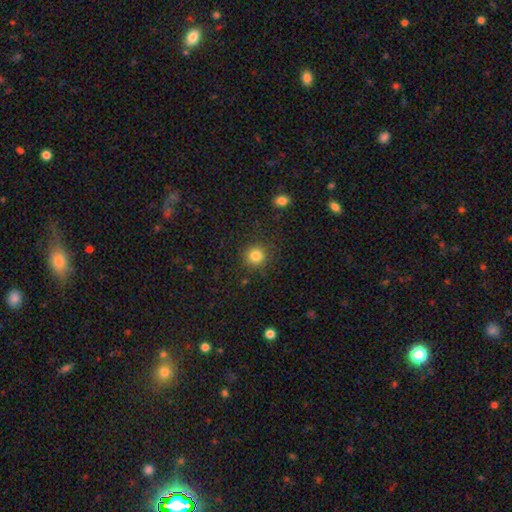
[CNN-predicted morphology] This appears to be a smooth galaxy with no disk features (83%) that is round (92%). Merging: none (87%).